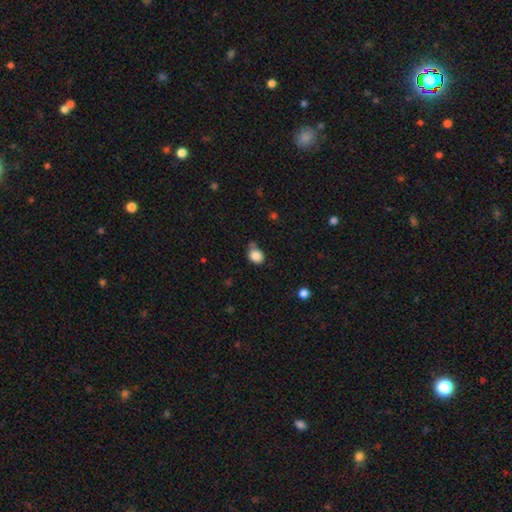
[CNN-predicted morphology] Overall: smooth (87%). How rounded: round (55%; in between 44%). Merging: none (58%; minor disturbance 27%).